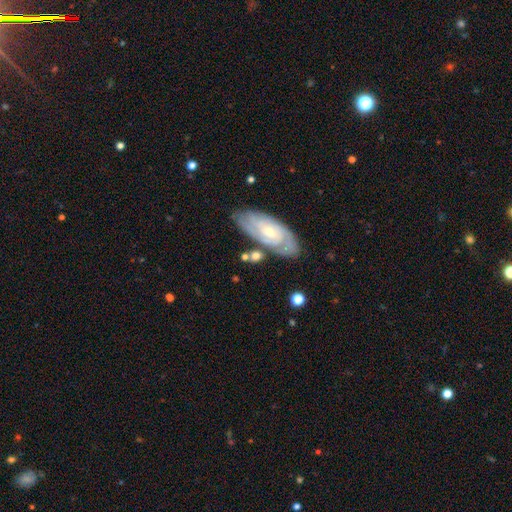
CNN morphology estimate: This appears to be a featured or disk galaxy (61%) with no bar (61%), spiral arms (83%) and a small central bulge (57%). Merging: none (70%).